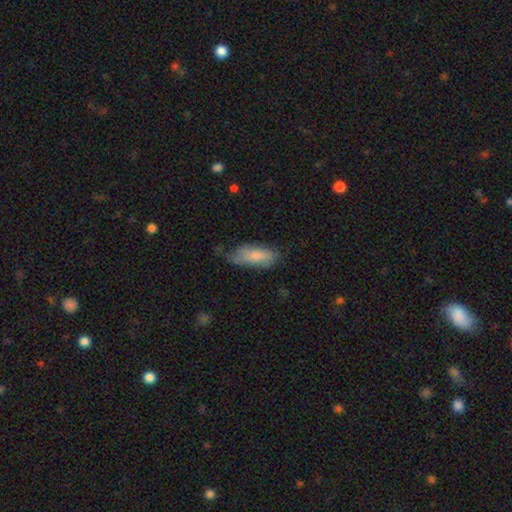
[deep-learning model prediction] Smooth or featured?
  - smooth: 78% *
  - featured or disk: 16%
  - star or artifact: 6%
How rounded?
  - in between: 78% *
  - cigar-shaped: 20%
  - round: 2%
Merging?
  - none: 54% *
  - minor disturbance: 35%
  - major disturbance: 9%
  - merger: 2%